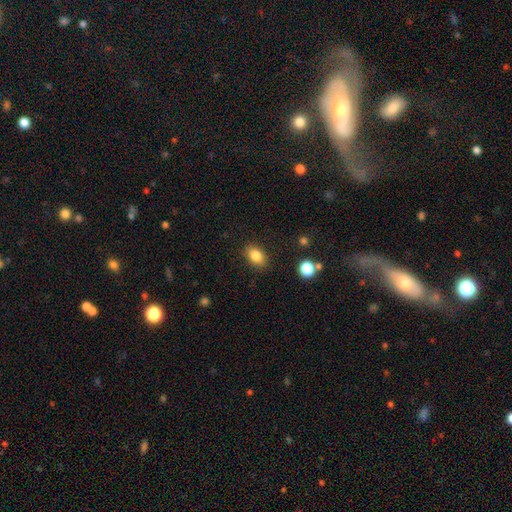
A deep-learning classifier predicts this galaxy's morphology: This appears to be a smooth galaxy with no disk features (85%) that is in between round and cigar-shaped (80%). Merging: none (86%).